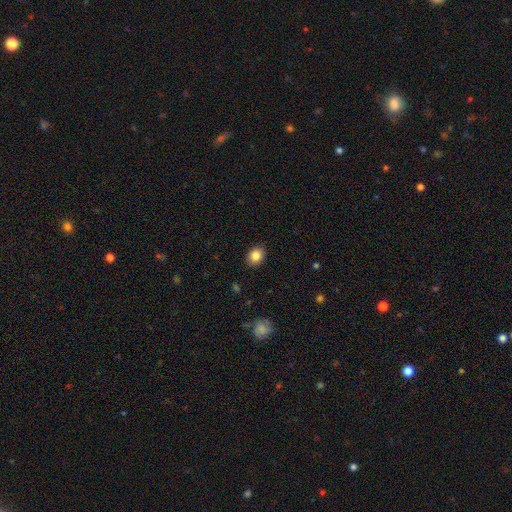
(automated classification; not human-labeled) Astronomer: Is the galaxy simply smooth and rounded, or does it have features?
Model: smooth — 85%.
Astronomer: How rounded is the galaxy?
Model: round — 52% (runner-up: in between, 47%).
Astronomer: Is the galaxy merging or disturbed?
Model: none — 88%.